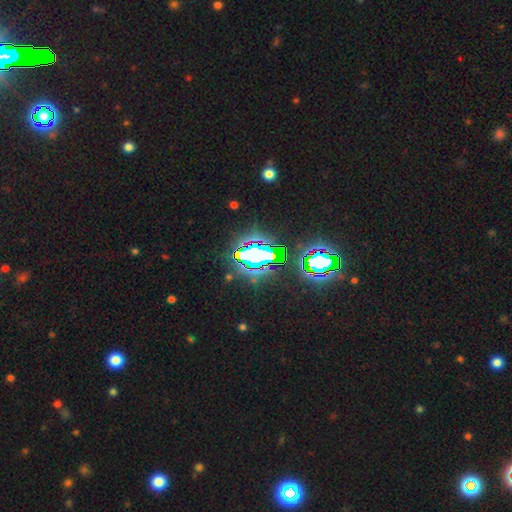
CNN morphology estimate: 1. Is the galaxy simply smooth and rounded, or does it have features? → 70% star or artifact, 15% smooth, 14% featured or disk.